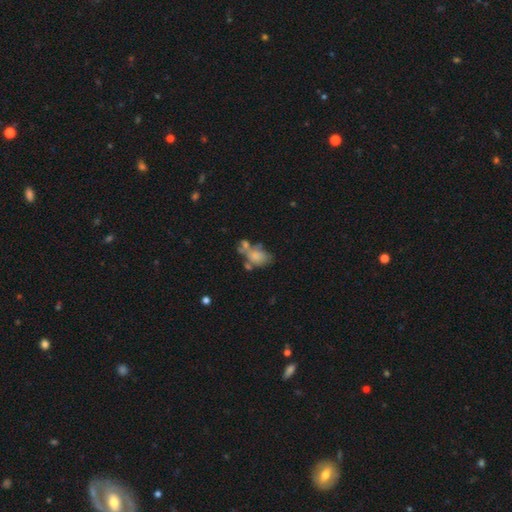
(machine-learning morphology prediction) smooth_or_featured: smooth (p=0.65) [alt: featured or disk p=0.24]
how_rounded: in between (p=0.79) [alt: round p=0.19]
merging: merger (p=0.38) [alt: none p=0.28]